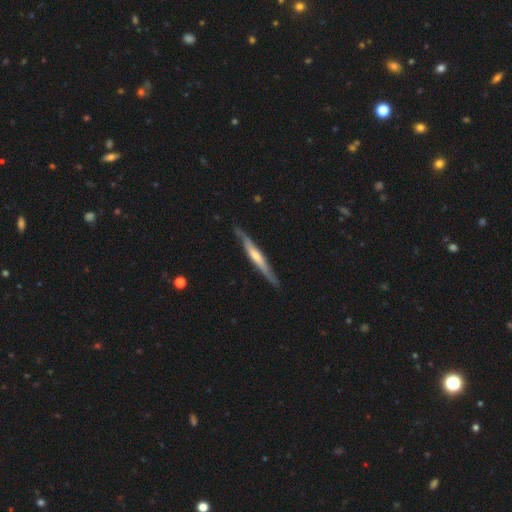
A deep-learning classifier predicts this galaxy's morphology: A featured or disk galaxy (72%) viewed edge-on (93%) with a rounded central bulge (63%).

Vote fractions:
- Smooth or featured? featured or disk: 72% / smooth: 23% / star or artifact: 5%
- Edge-on disk? yes: 93% / no: 7%
- Edge-on bulge? rounded: 63% / none: 26% / boxy: 12%
- Merging? none: 83% / minor disturbance: 13% / major disturbance: 2% / merger: 1%